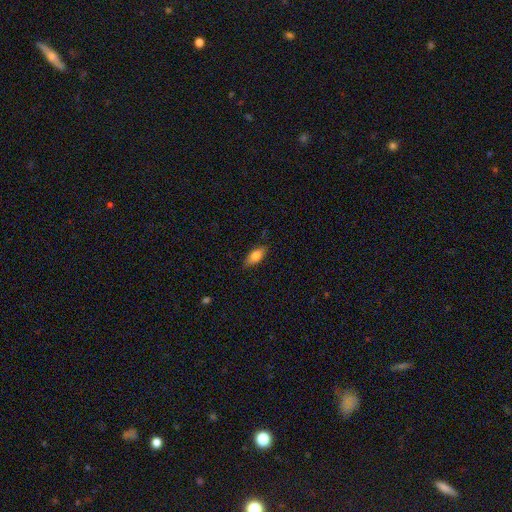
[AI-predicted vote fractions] Smooth or featured?
  - smooth: 74% *
  - featured or disk: 19%
  - star or artifact: 7%
How rounded?
  - in between: 81% *
  - cigar-shaped: 16%
  - round: 4%
Merging?
  - none: 81% *
  - minor disturbance: 15%
  - major disturbance: 3%
  - merger: 1%